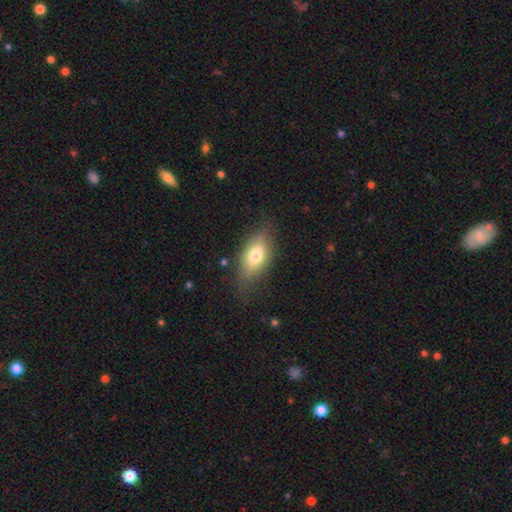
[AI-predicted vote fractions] Smooth or featured: smooth — 68% (featured or disk — 25%)
How rounded: in between — 81% (cigar-shaped — 12%)
Merging: none — 71% (minor disturbance — 20%)